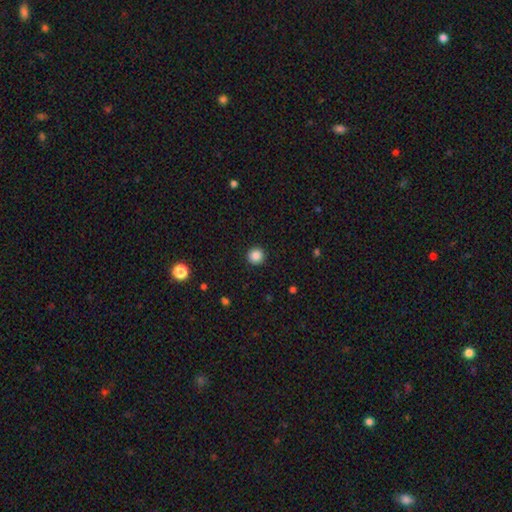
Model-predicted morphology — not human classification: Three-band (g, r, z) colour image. It shows a smooth galaxy with no disk features (87%) that is round (95%). Merging: none (93%).